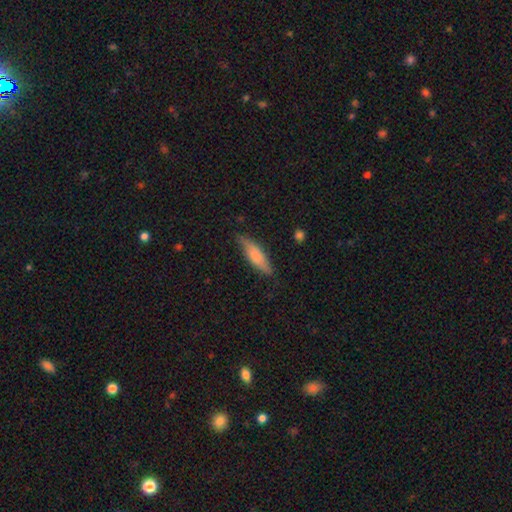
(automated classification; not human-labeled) Q: Smooth or featured?
A: smooth (66%); runner-up: featured or disk (27%)
Q: How rounded?
A: cigar-shaped (61%); runner-up: in between (37%)
Q: Merging?
A: none (76%); runner-up: minor disturbance (19%)